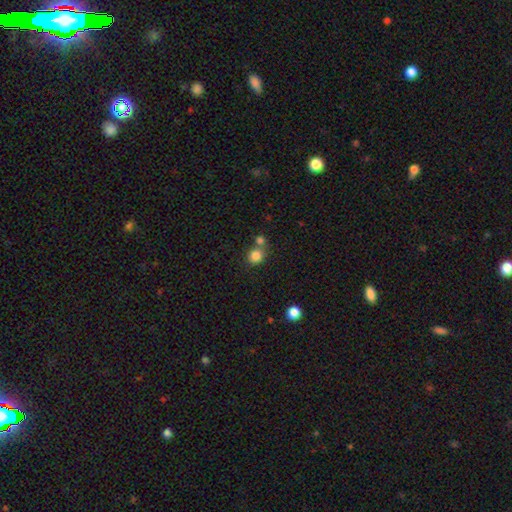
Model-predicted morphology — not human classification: smooth 83%, star or artifact 11%, featured or disk 6%. Down the decision tree: how rounded — round (82%); merging — none (57%).